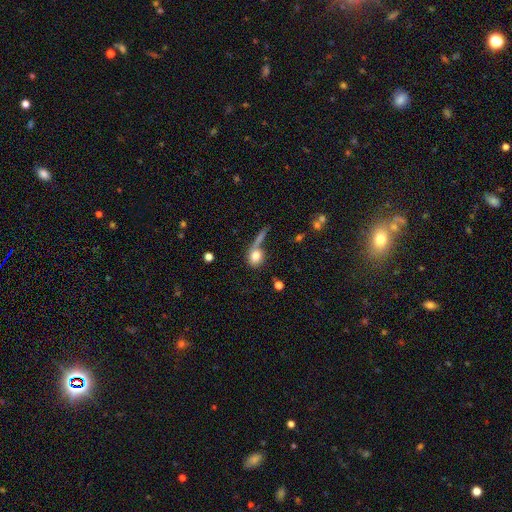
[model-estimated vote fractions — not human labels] Smooth or featured? Predicted: smooth (p=0.76). How rounded? Predicted: round (p=0.62). Merging? Predicted: none (p=0.43).